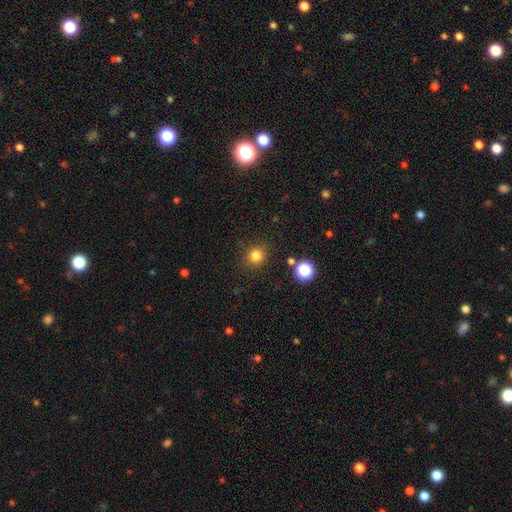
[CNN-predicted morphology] Q: Smooth or featured?
A: smooth (81%); runner-up: star or artifact (14%)
Q: How rounded?
A: round (87%); runner-up: in between (12%)
Q: Merging?
A: none (86%); runner-up: minor disturbance (9%)